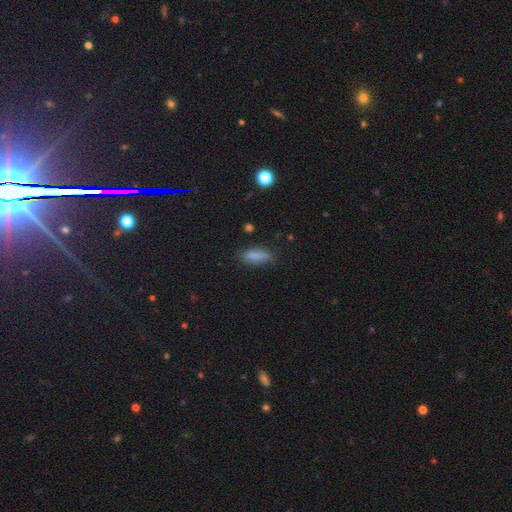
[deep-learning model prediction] Overall: smooth (84%). How rounded: in between (63%; cigar-shaped 35%). Merging: none (77%).